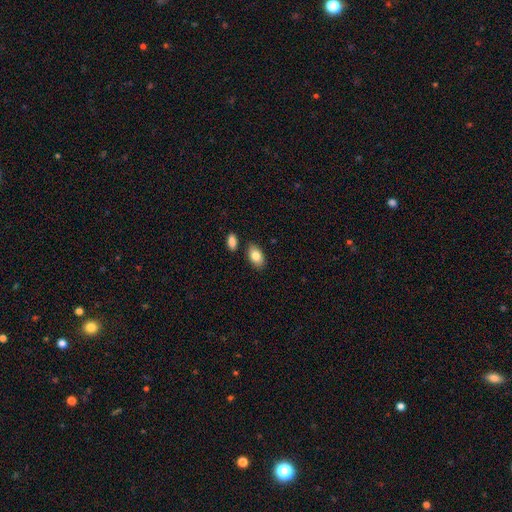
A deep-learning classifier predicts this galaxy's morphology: Smooth or featured: smooth — 83% (featured or disk — 10%)
How rounded: in between — 91% (round — 7%)
Merging: none — 82% (minor disturbance — 10%)